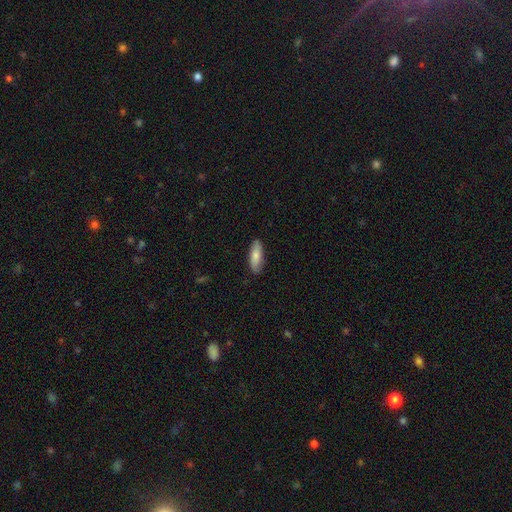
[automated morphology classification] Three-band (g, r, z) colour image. It shows a smooth galaxy with no disk features (80%) that is in between round and cigar-shaped (63%). Merging: none (87%).